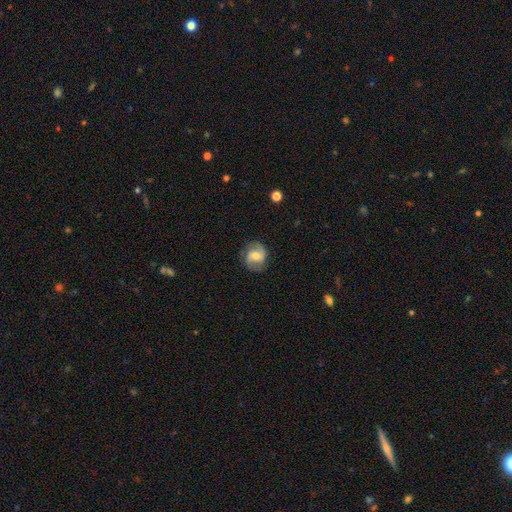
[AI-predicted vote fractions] Morphology: type=featured or disk (72%); edge-on=no (98%); bar=weak (47%); spiral arms=yes (94%); winding=medium (49%); arm count=2 (88%); bulge=moderate (56%); merging=none (81%).